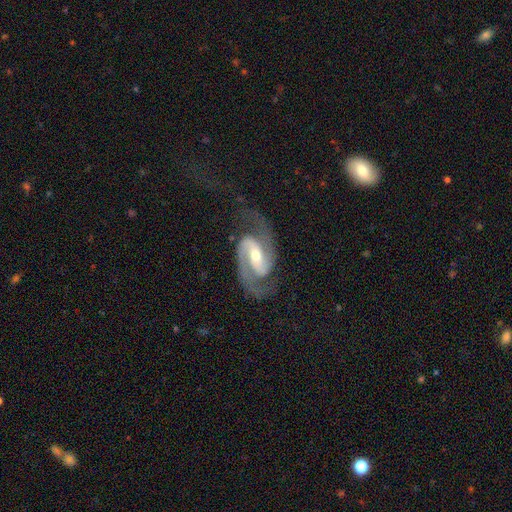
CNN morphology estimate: smooth_or_featured: featured or disk (p=0.92) [alt: star or artifact p=0.04]
disk_edge_on: no (p=0.97) [alt: yes p=0.03]
bar: strong (p=0.41) [alt: weak p=0.38]
has_spiral_arms: yes (p=0.98) [alt: no p=0.02]
spiral_winding: medium (p=0.58) [alt: tight p=0.24]
spiral_arm_count: 2 (p=0.93) [alt: 1 p=0.02]
bulge_size: moderate (p=0.55) [alt: small p=0.40]
merging: none (p=0.73) [alt: minor disturbance p=0.15]